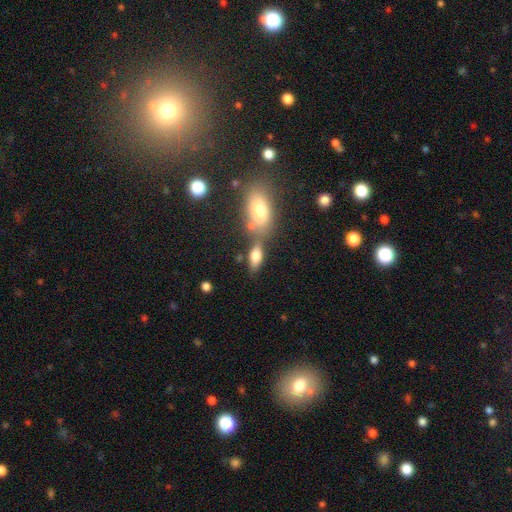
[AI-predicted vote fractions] A smooth galaxy with no disk features (73%) that is in between round and cigar-shaped (82%). Merging: none (52%).